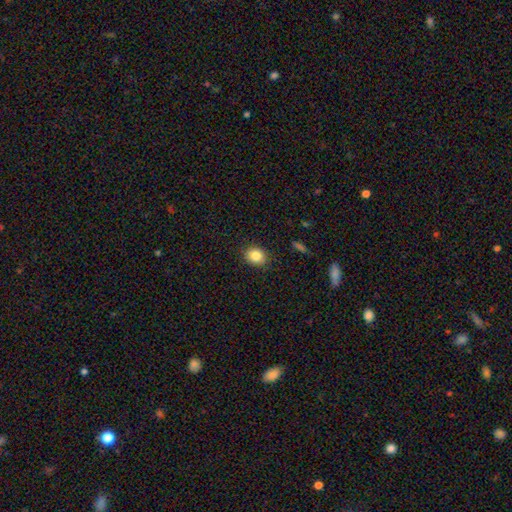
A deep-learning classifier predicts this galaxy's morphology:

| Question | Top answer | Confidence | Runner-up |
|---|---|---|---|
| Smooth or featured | smooth | 85% | star or artifact (9%) |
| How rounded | round | 63% | in between (36%) |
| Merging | none | 88% | minor disturbance (9%) |